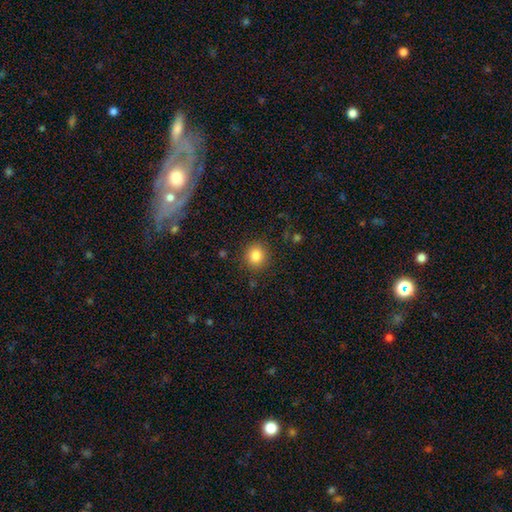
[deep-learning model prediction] This appears to be a smooth galaxy with no disk features (84%) that is round (87%). Merging: none (88%).